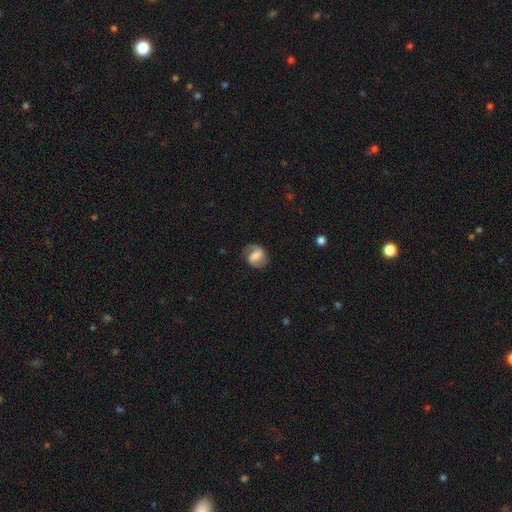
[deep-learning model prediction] Morphology: type=featured or disk (64%); edge-on=no (97%); bar=weak (42%); spiral arms=yes (89%); winding=medium (44%); arm count=2 (86%); bulge=moderate (36%); merging=none (76%).